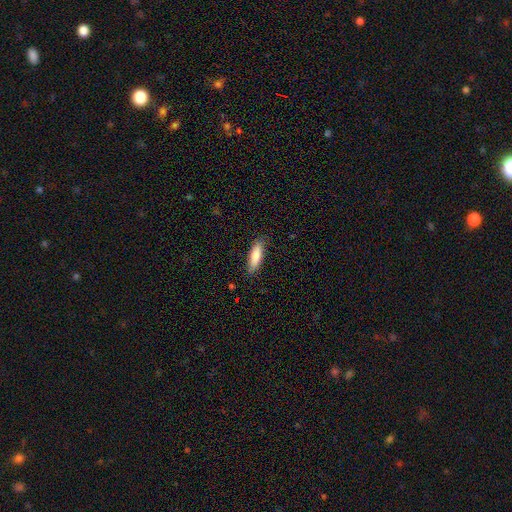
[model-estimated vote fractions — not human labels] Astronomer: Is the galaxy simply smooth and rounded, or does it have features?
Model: smooth — 82%.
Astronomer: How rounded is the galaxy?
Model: cigar-shaped — 54% (runner-up: in between, 45%).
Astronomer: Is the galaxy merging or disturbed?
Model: none — 84%.